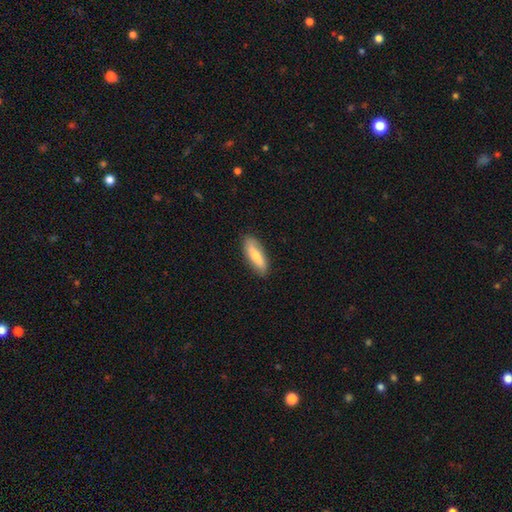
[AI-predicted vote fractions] A smooth galaxy with no disk features (69%) that is in between round and cigar-shaped (54%).

Vote fractions:
- Smooth or featured? smooth: 69% / featured or disk: 25% / star or artifact: 6%
- How rounded? in between: 54% / cigar-shaped: 44% / round: 2%
- Merging? none: 86% / minor disturbance: 11% / major disturbance: 2% / merger: 1%